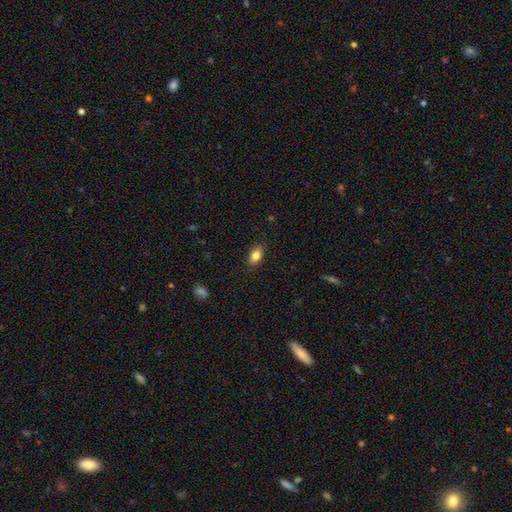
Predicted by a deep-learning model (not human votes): Smooth or featured? Predicted: smooth (p=0.83). How rounded? Predicted: in between (p=0.86). Merging? Predicted: none (p=0.86).